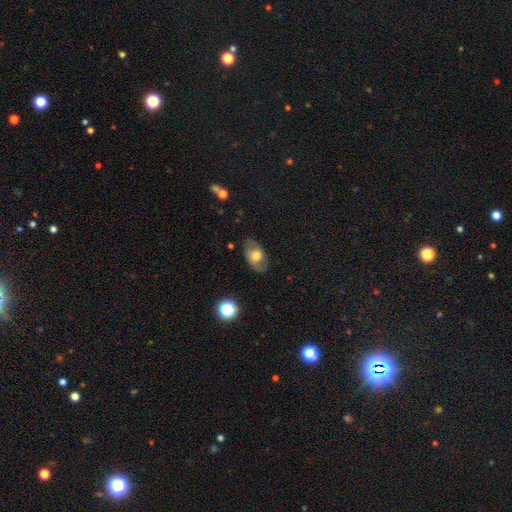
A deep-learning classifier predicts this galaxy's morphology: The model was most divided on "smooth or featured": featured or disk: 51%, smooth: 41%, star or artifact: 8%. More confident: edge-on disk — no (90%); merging — none (76%).